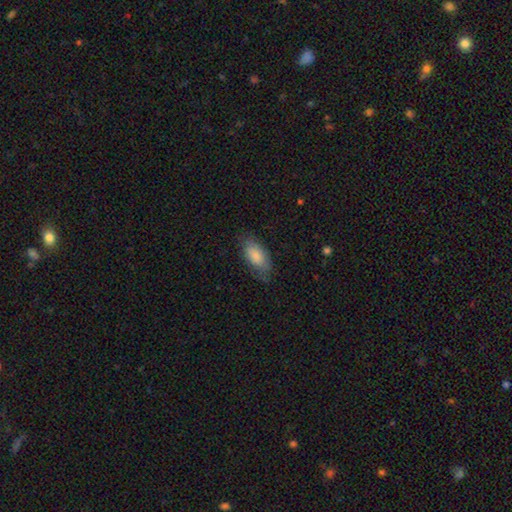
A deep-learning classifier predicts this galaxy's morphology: Q: Smooth or featured?
A: smooth (82%); runner-up: featured or disk (12%)
Q: How rounded?
A: in between (91%); runner-up: cigar-shaped (6%)
Q: Merging?
A: none (70%); runner-up: minor disturbance (23%)